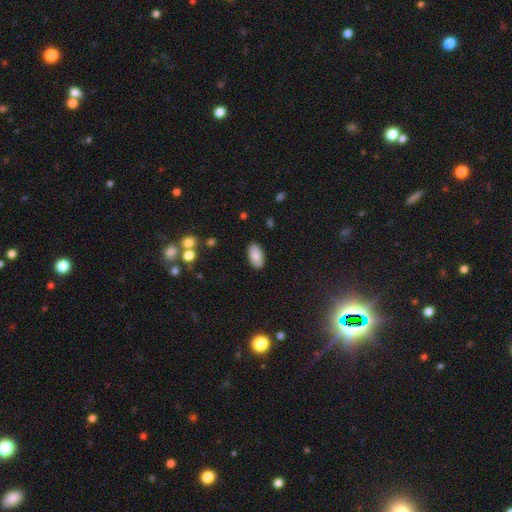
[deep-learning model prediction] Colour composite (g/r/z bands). It shows a smooth galaxy with no disk features (83%) that is in between round and cigar-shaped (95%). Merging: none (88%).